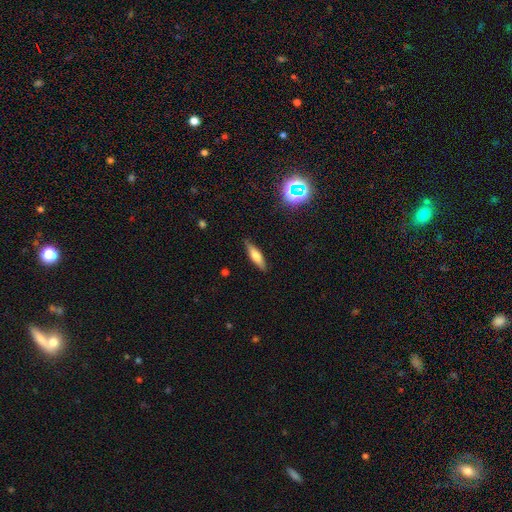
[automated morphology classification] smooth-or-featured: smooth: 60% | featured or disk: 31% | star or artifact: 9%
  how-rounded: cigar-shaped: 65% | in between: 32% | round: 2%
  merging: none: 86% | minor disturbance: 10% | major disturbance: 2% | merger: 1%